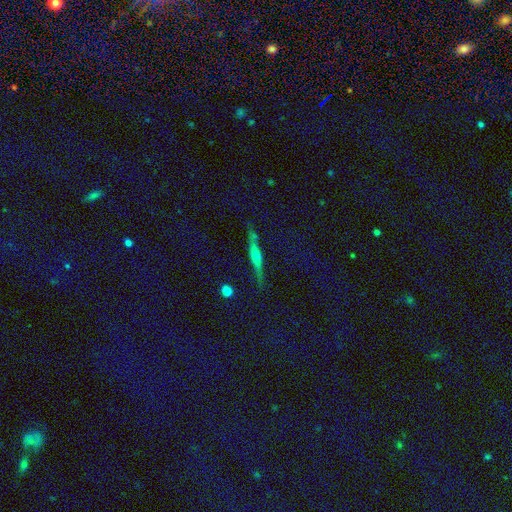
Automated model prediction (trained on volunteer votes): This appears to be a featured or disk galaxy (64%) viewed edge-on (94%) with a rounded central bulge (82%). Merging: none (80%).